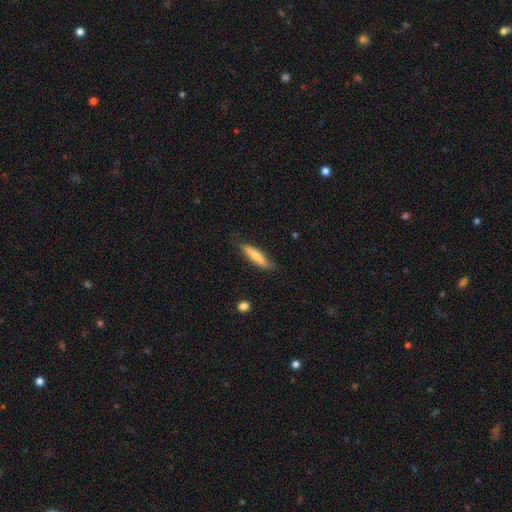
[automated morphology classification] This appears to be a smooth galaxy with no disk features (68%) that is cigar-shaped (75%). Merging: none (76%).